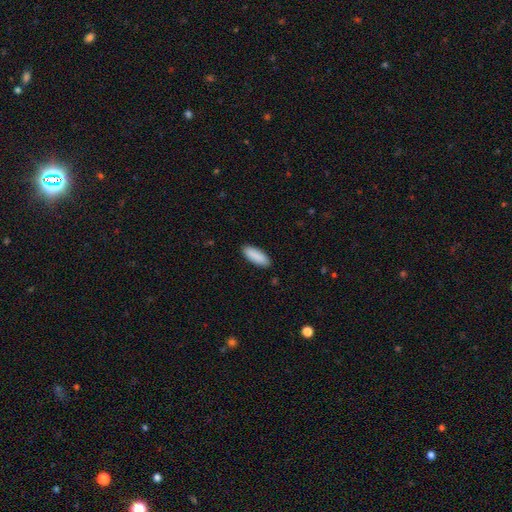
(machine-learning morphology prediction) Smooth or featured? Predicted: smooth (p=0.91). How rounded? Predicted: in between (p=0.70). Merging? Predicted: none (p=0.89).